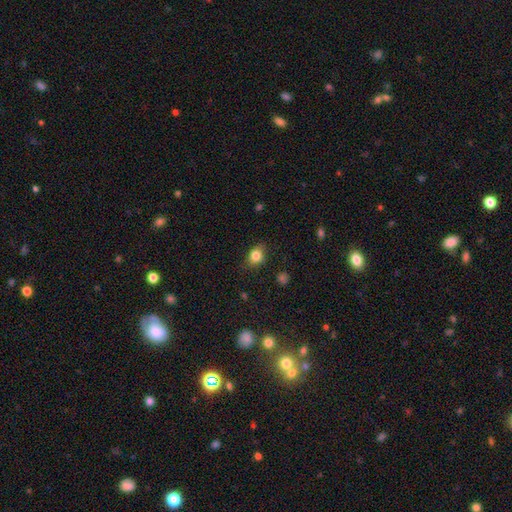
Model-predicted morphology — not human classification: smooth_or_featured: smooth (p=0.81) [alt: star or artifact p=0.11]
how_rounded: in between (p=0.59) [alt: round p=0.39]
merging: none (p=0.78) [alt: minor disturbance p=0.17]